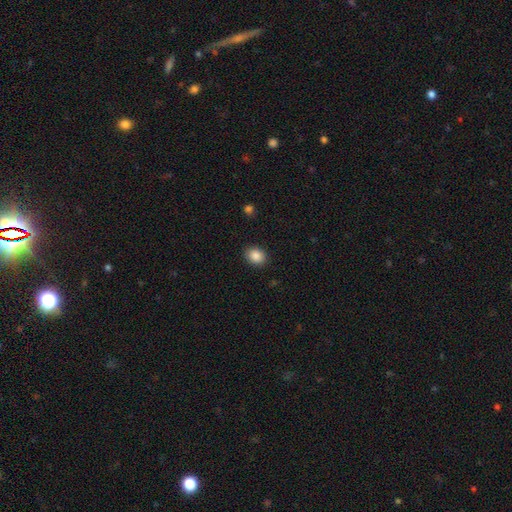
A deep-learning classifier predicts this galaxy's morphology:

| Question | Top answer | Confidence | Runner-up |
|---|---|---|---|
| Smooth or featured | smooth | 88% | star or artifact (9%) |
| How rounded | in between | 54% | round (45%) |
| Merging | none | 89% | minor disturbance (8%) |